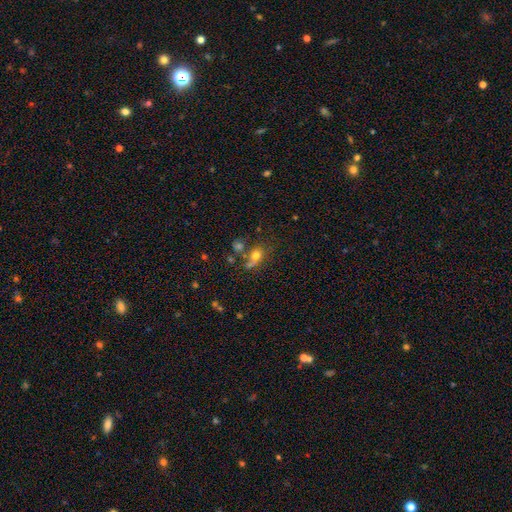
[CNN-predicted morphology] Smooth or featured: smooth — 68% (star or artifact — 16%)
How rounded: round — 54% (in between — 42%)
Merging: none — 44% (merger — 28%)